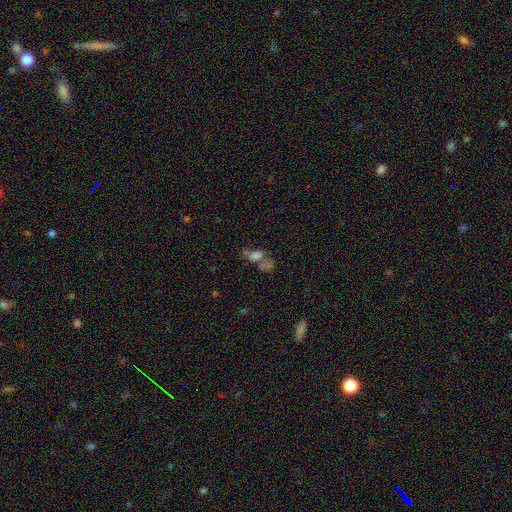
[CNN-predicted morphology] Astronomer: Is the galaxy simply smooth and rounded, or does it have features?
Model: smooth — 61%.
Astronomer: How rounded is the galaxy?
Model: in between — 82%.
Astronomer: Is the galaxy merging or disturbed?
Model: merger — 53%.